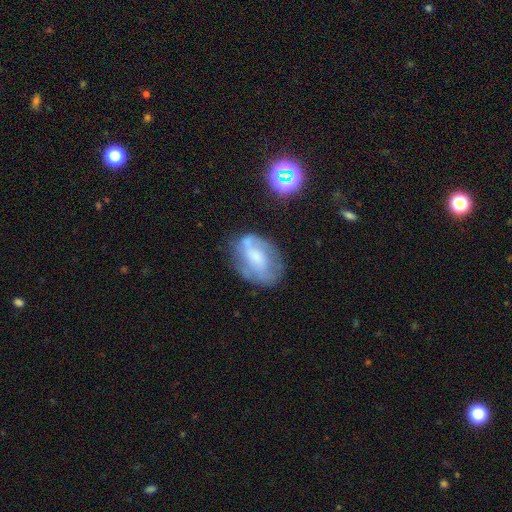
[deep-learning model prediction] The model was most divided on "bulge size": small: 33%, moderate: 31%, none: 23%, large: 11%, dominant: 2%. More confident: edge-on disk — no (95%); spiral arms — yes (67%); smooth or featured — featured or disk (57%); merging — none (56%); bar — no (52%).